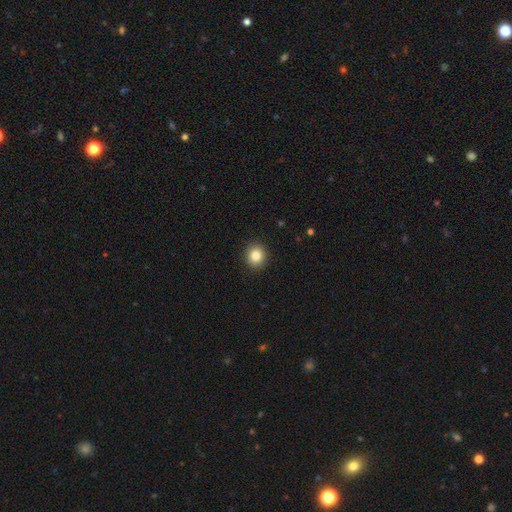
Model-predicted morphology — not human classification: Smooth or featured?
  - smooth: 84% *
  - star or artifact: 10%
  - featured or disk: 6%
How rounded?
  - round: 88% *
  - in between: 12%
  - cigar-shaped: 1%
Merging?
  - none: 92% *
  - minor disturbance: 5%
  - major disturbance: 2%
  - merger: 1%